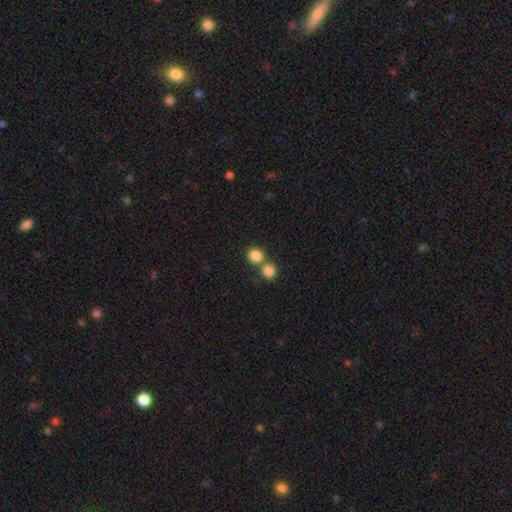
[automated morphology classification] A smooth galaxy with no disk features (84%) that is round (86%). Merging: none (53%).